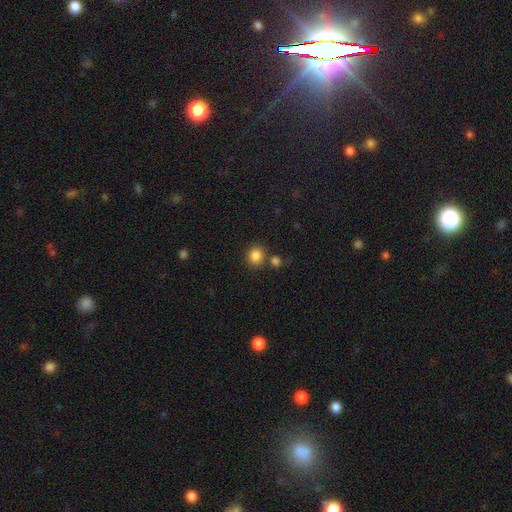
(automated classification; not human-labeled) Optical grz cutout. It shows a smooth galaxy with no disk features (85%) that is round (79%). Merging: none (74%).